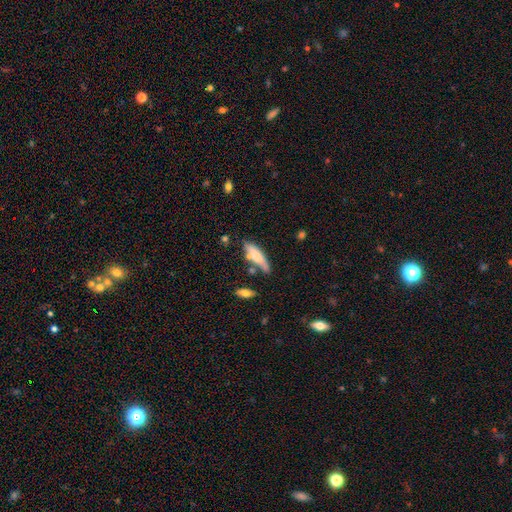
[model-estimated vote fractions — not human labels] Overall: smooth (61%; featured or disk 33%). How rounded: cigar-shaped (61%; in between 37%). Merging: none (63%).